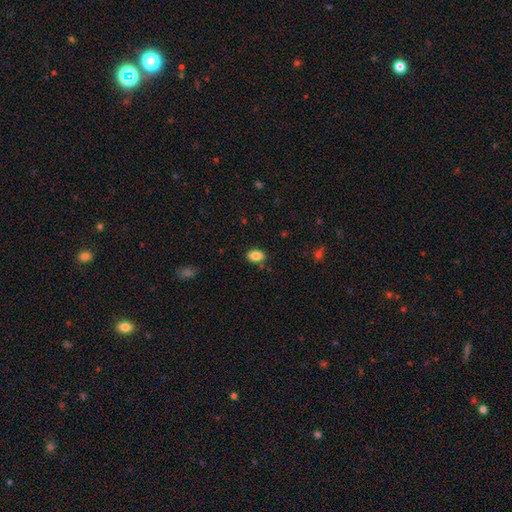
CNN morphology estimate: smooth-or-featured: smooth: 87% | star or artifact: 8% | featured or disk: 5%
  how-rounded: in between: 79% | round: 20% | cigar-shaped: 1%
  merging: none: 82% | minor disturbance: 12% | major disturbance: 3% | merger: 3%